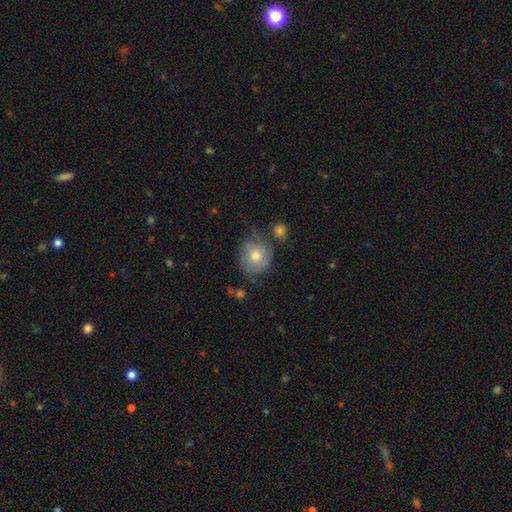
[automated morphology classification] type=smooth (52%); roundness=round (76%); merging=none (57%).